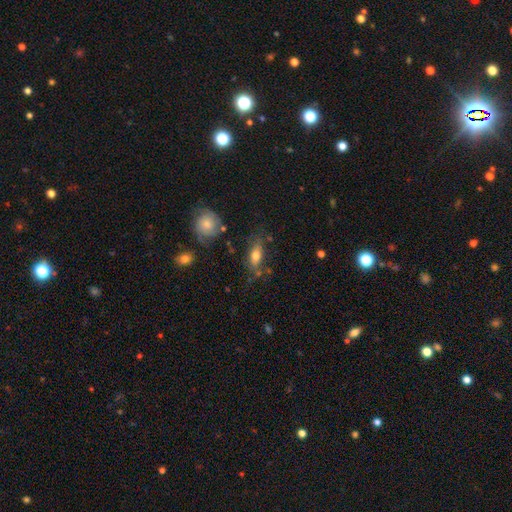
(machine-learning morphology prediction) smooth 68%, featured or disk 24%, star or artifact 8%. Down the decision tree: how rounded — in between (76%); merging — none (64%).